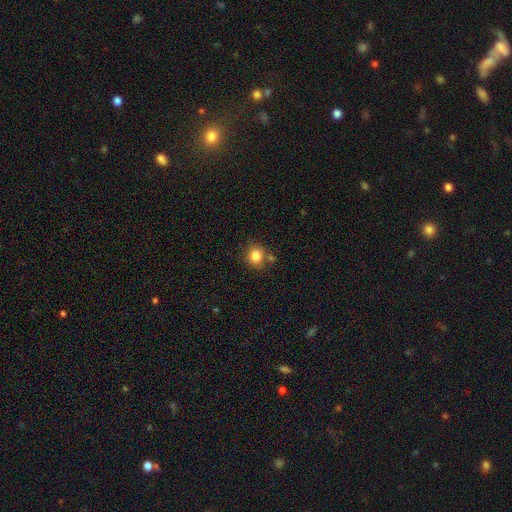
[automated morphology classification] Overall: smooth (83%). How rounded: round (82%). Merging: none (75%).